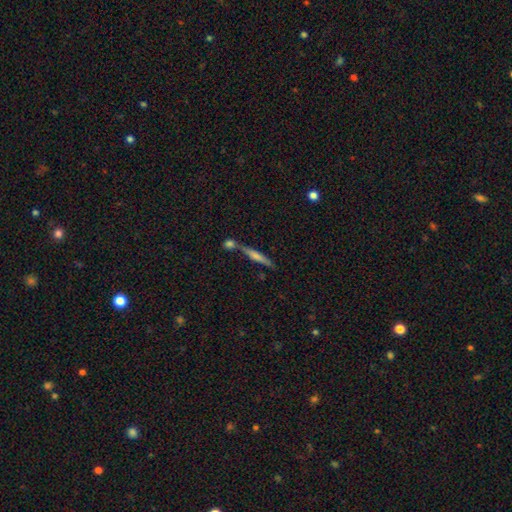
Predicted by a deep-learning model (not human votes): featured or disk 65%, smooth 24%, star or artifact 10%. Down the decision tree: edge-on disk — yes (96%); edge-on bulge — rounded (67%); merging — none (73%).